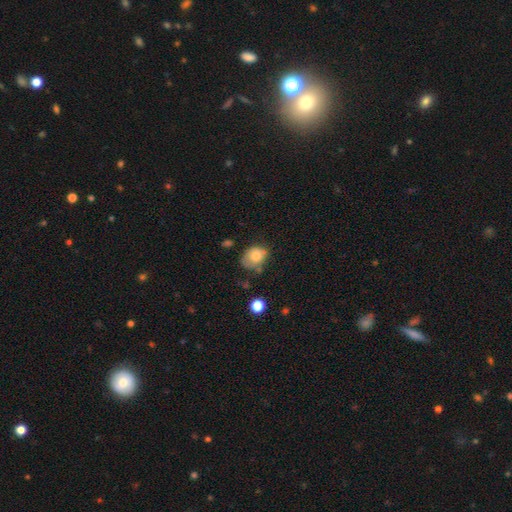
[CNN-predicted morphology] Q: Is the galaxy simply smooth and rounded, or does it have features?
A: smooth — 76%.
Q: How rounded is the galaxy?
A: in between — 56%.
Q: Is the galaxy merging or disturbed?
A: none — 48%.